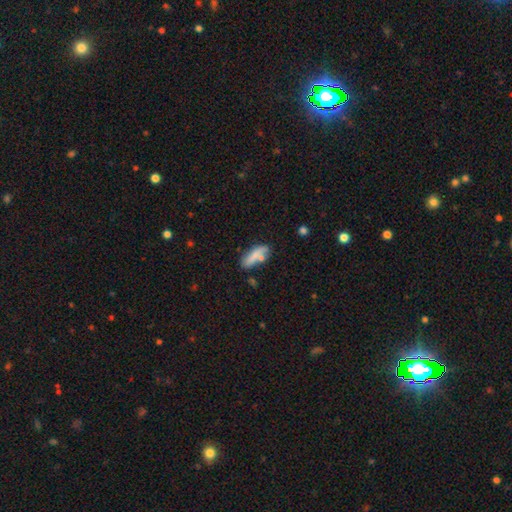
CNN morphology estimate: Q: Smooth or featured?
A: smooth (75%); runner-up: featured or disk (18%)
Q: How rounded?
A: in between (55%); runner-up: cigar-shaped (42%)
Q: Merging?
A: none (60%); runner-up: minor disturbance (21%)